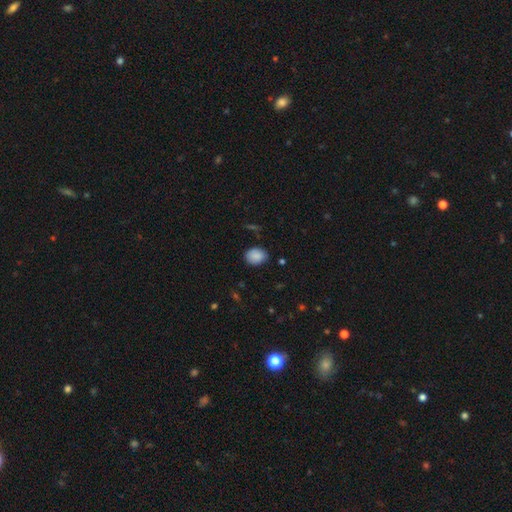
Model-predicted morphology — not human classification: A smooth galaxy with no disk features (87%) that is in between round and cigar-shaped (58%). Merging: none (77%).